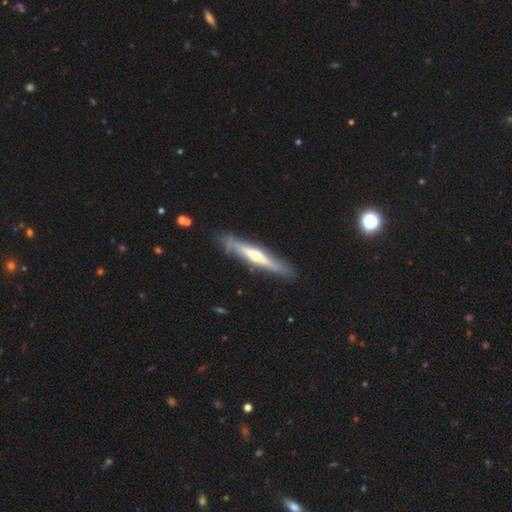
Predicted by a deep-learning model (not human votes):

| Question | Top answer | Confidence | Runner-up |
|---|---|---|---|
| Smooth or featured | featured or disk | 64% | smooth (31%) |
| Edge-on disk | yes | 90% | no (10%) |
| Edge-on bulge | rounded | 81% | none (13%) |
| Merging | none | 84% | minor disturbance (11%) |